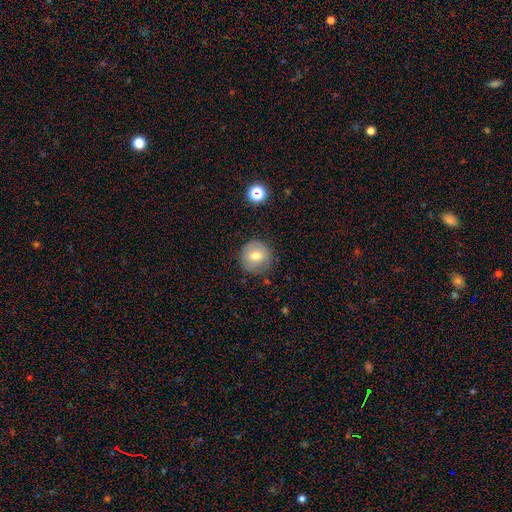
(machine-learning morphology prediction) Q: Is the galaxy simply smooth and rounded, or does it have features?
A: smooth — 69%.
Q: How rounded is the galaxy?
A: round — 94%.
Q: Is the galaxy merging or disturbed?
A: none — 83%.